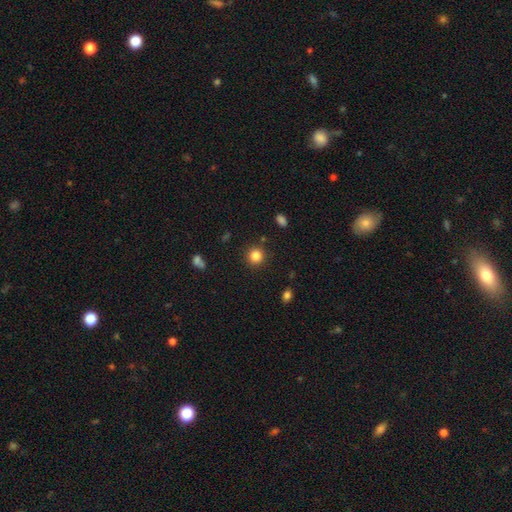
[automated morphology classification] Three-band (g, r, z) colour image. It shows a smooth galaxy with no disk features (84%) that is round (92%). Merging: none (89%).